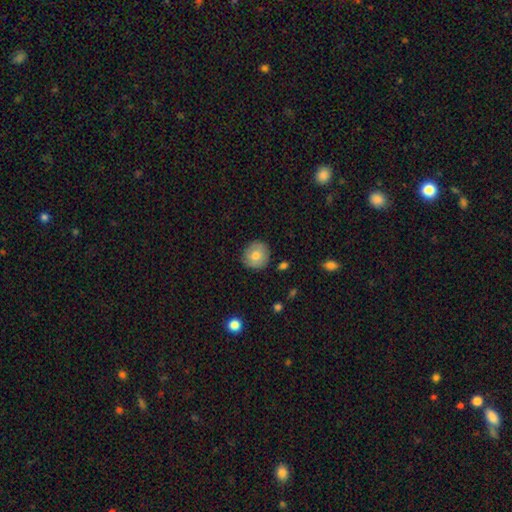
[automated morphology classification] smooth 76%, featured or disk 16%, star or artifact 7%. Down the decision tree: how rounded — round (90%); merging — none (85%).